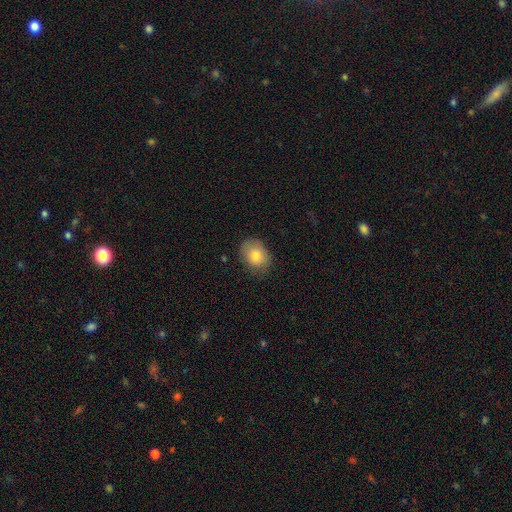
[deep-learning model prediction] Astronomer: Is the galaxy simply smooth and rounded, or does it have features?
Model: smooth — 81%.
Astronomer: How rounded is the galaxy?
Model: in between — 60% (runner-up: round, 39%).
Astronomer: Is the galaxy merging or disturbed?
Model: none — 77%.